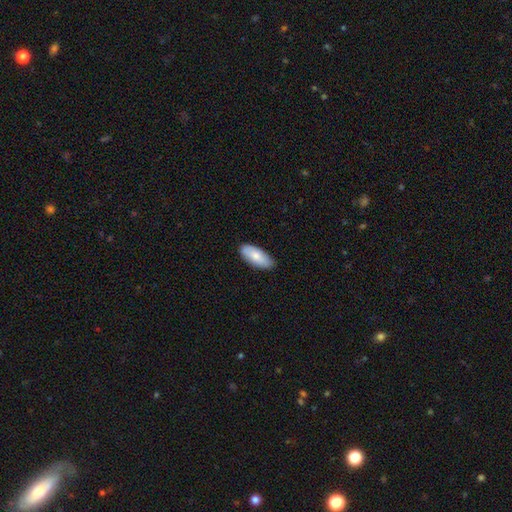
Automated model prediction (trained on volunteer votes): Q: Smooth or featured?
A: smooth (77%); runner-up: featured or disk (17%)
Q: How rounded?
A: in between (87%); runner-up: cigar-shaped (11%)
Q: Merging?
A: none (85%); runner-up: minor disturbance (12%)